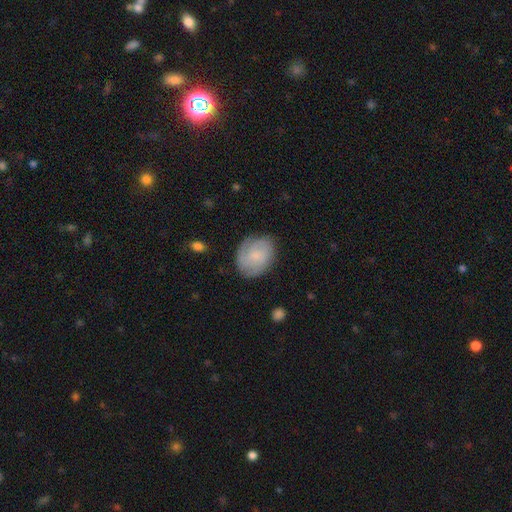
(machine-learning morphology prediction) smooth 48%, featured or disk 45%, star or artifact 7%. Down the decision tree: merging — none (74%).